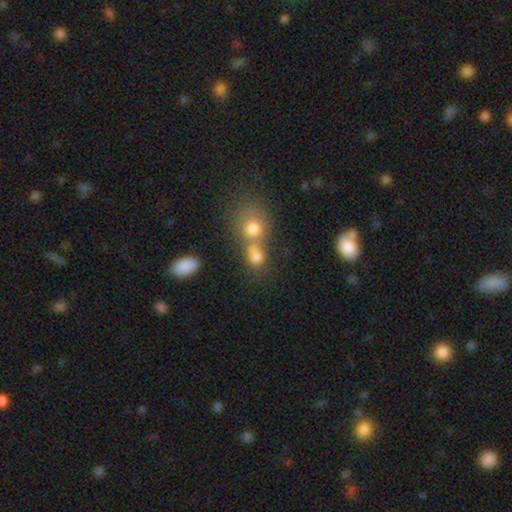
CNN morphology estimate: Smooth or featured? smooth (76%)
How rounded? round (58%)
Merging? merger (55%)